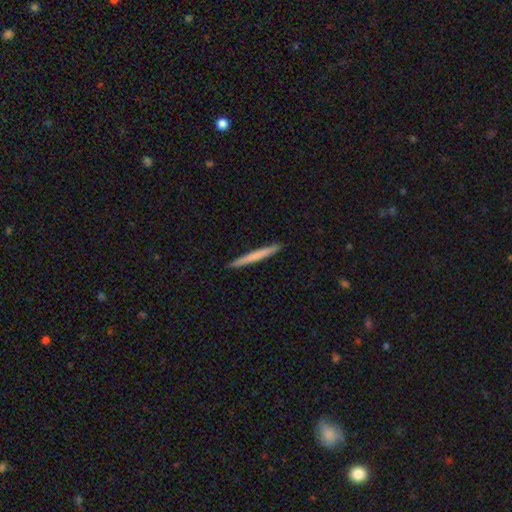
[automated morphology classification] A smooth galaxy with no disk features (65%) that is cigar-shaped (97%).

Vote fractions:
- Smooth or featured? smooth: 65% / featured or disk: 30% / star or artifact: 5%
- How rounded? cigar-shaped: 97% / in between: 2% / round: 1%
- Merging? none: 92% / minor disturbance: 5% / major disturbance: 1% / merger: 1%